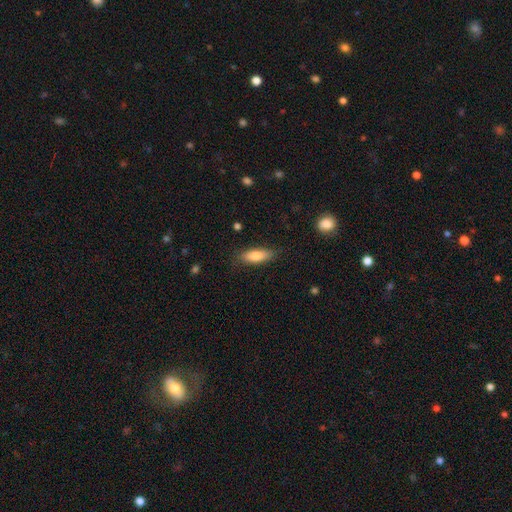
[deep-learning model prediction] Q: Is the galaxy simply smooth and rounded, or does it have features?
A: smooth — 80%.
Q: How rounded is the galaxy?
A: in between — 64%.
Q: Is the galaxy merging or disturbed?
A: none — 82%.